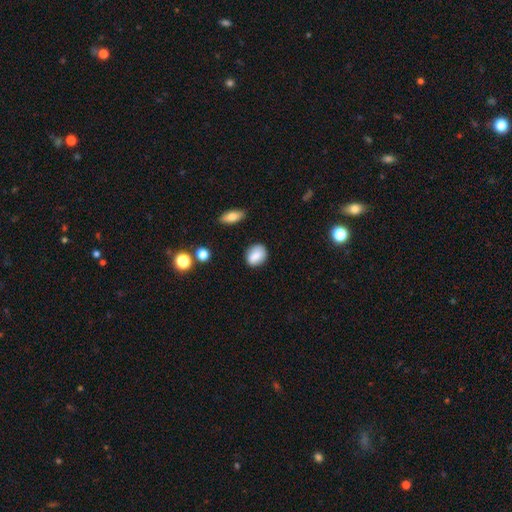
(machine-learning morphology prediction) Smooth or featured? Predicted: smooth (p=0.84). How rounded? Predicted: in between (p=0.56). Merging? Predicted: none (p=0.79).